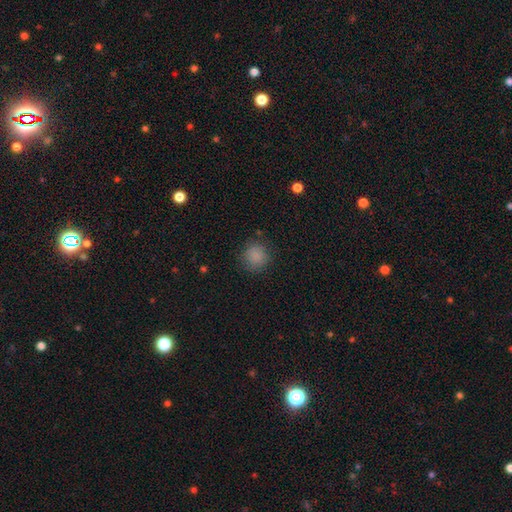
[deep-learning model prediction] Smooth or featured? smooth (84%)
How rounded? round (90%)
Merging? none (84%)